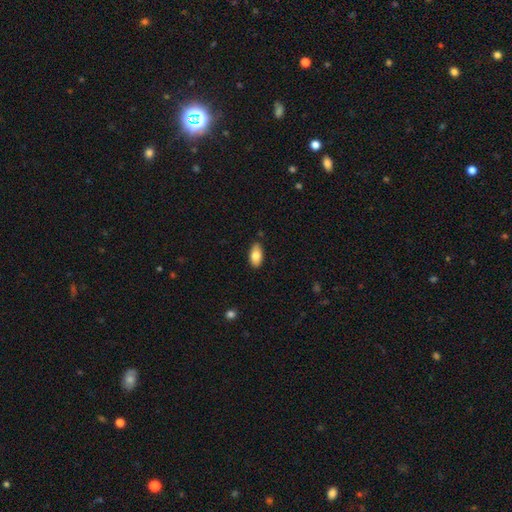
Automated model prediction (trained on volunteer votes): Smooth or featured? smooth (83%)
How rounded? in between (93%)
Merging? none (85%)